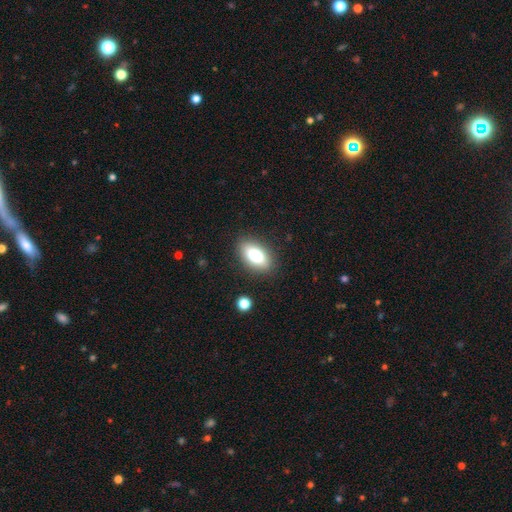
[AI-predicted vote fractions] A smooth galaxy with no disk features (78%) that is in between round and cigar-shaped (89%). Merging: none (86%).